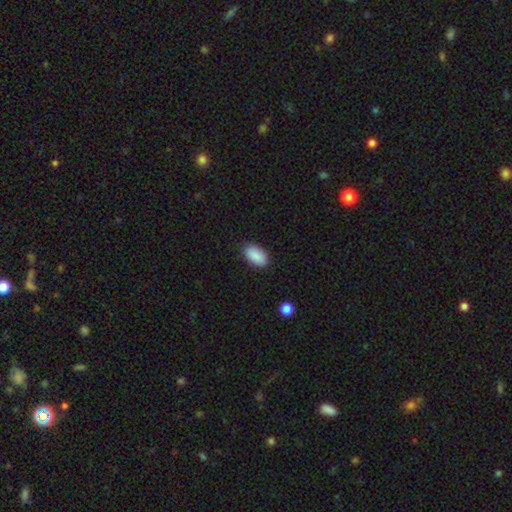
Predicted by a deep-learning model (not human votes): Morphology: type=smooth (90%); roundness=in between (94%); merging=none (86%).